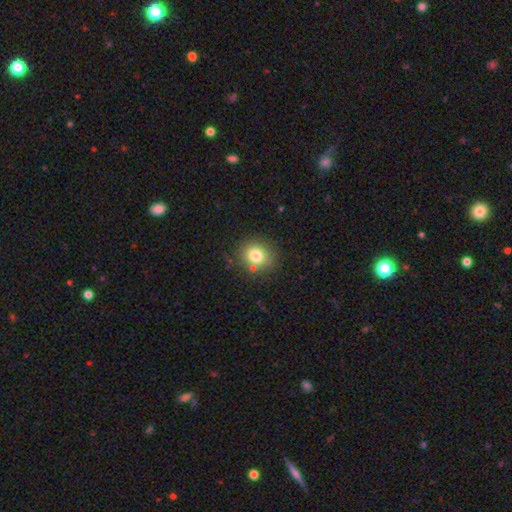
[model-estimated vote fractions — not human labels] A smooth galaxy with no disk features (78%) that is round (79%). Merging: none (79%).